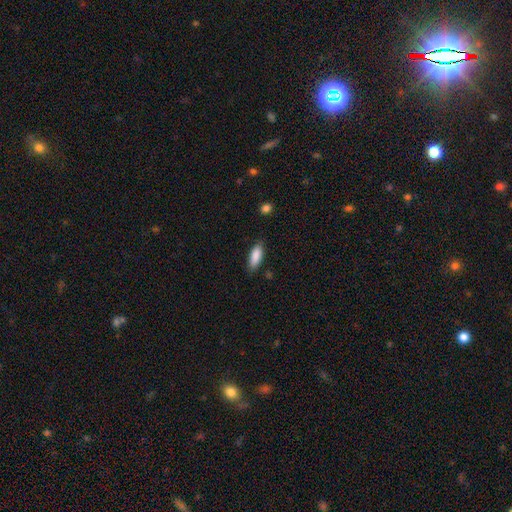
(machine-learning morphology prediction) The model was most divided on "how rounded": in between: 71%, cigar-shaped: 27%, round: 2%. More confident: smooth or featured — smooth (88%); merging — none (82%).